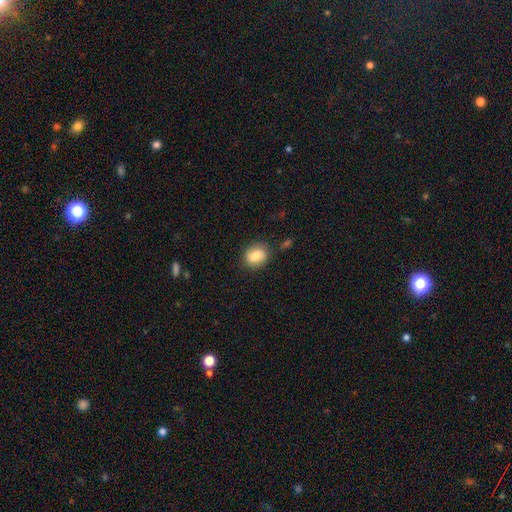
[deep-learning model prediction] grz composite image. It shows a smooth galaxy with no disk features (81%) that is in between round and cigar-shaped (52%). Merging: none (80%).